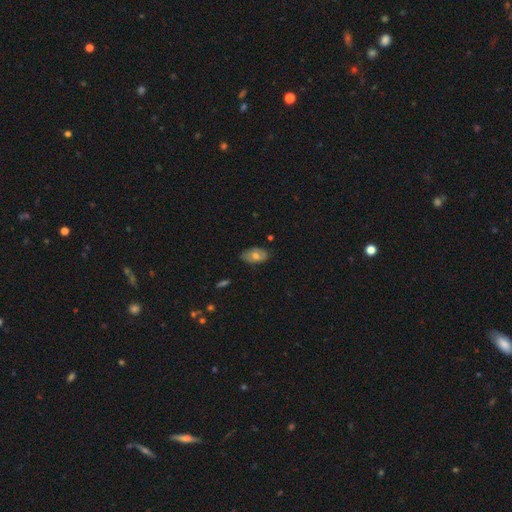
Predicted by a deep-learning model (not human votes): Morphology: type=smooth (58%); roundness=in between (91%); merging=none (77%).